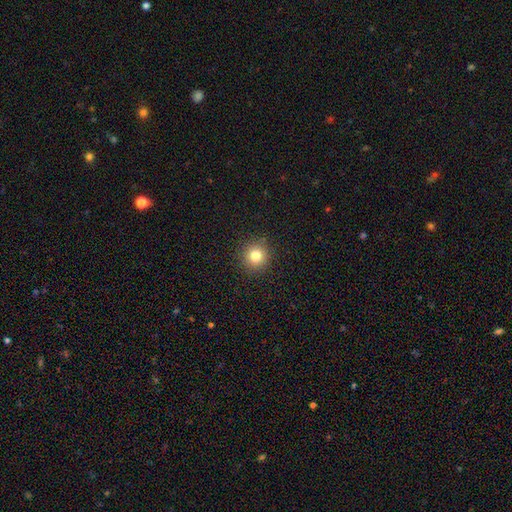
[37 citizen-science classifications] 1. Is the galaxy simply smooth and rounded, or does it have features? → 92% smooth, 5% star or artifact, 3% featured or disk.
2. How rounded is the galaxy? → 97% round, 3% in between, 0% cigar-shaped.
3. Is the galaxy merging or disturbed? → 86% none, 6% minor disturbance, 6% major disturbance, 3% merger.